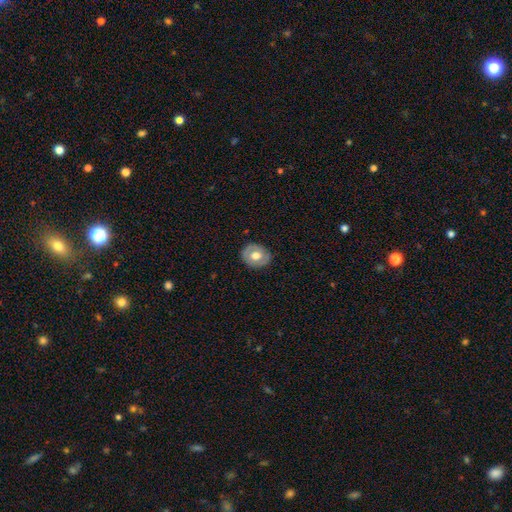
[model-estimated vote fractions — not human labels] Overall: smooth (54%; featured or disk 40%). How rounded: round (64%; in between 35%). Merging: none (83%).